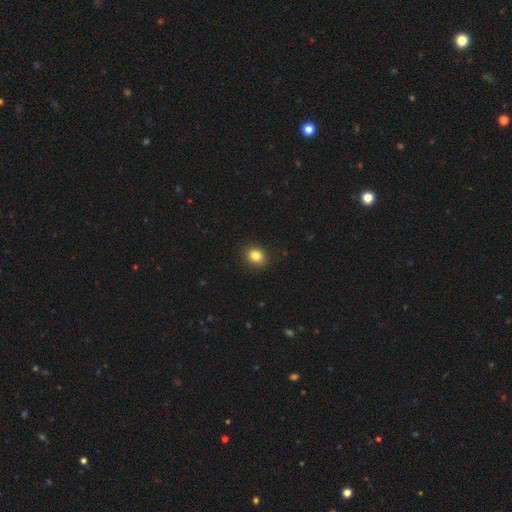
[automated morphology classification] type=smooth (84%); roundness=round (65%); merging=none (90%).